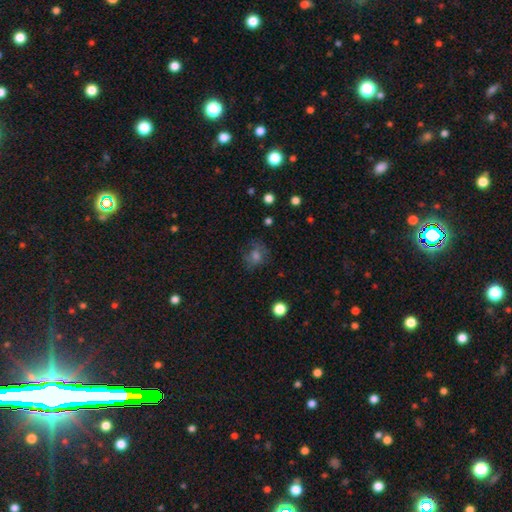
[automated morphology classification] Smooth or featured? Predicted: smooth (p=0.54). How rounded? Predicted: round (p=0.65). Merging? Predicted: none (p=0.64).